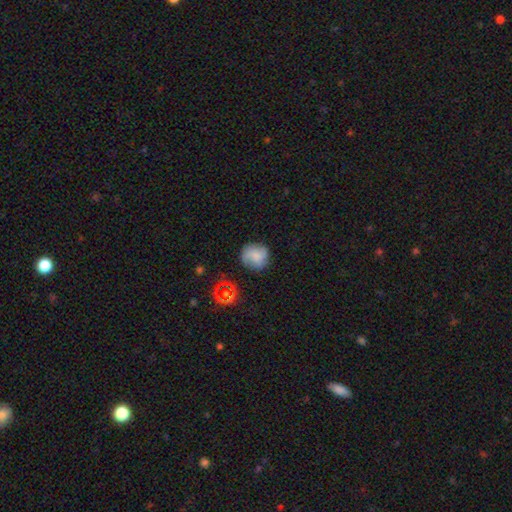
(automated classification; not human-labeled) The model was most divided on "smooth or featured": smooth: 62%, featured or disk: 27%, star or artifact: 11%. More confident: how rounded — round (87%); merging — none (74%).